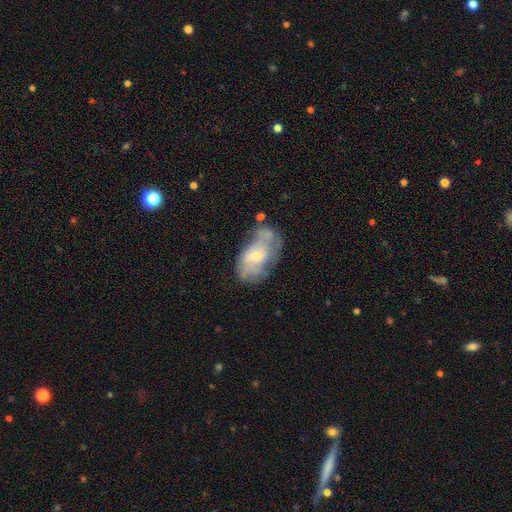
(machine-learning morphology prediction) Overall: featured or disk (56%; smooth 36%). Edge-on disk: no (96%). Bar: no (72%). Spiral arms: yes (56%; no 44%). Bulge size: small (59%; moderate 32%). Merging: none (37%; minor disturbance 29%).